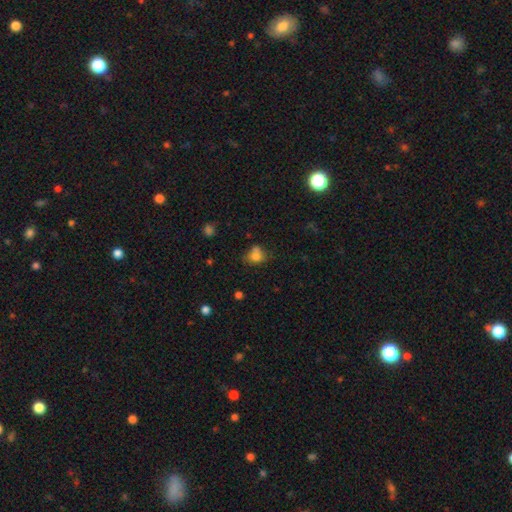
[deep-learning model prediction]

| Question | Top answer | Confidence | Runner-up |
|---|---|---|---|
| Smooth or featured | smooth | 75% | star or artifact (13%) |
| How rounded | round | 57% | in between (42%) |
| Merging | none | 45% | minor disturbance (24%) |